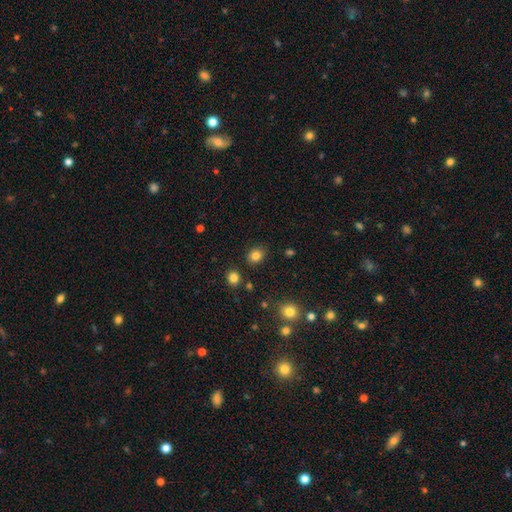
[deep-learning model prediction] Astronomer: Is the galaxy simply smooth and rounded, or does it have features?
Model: smooth — 83%.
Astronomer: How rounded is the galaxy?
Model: round — 64%.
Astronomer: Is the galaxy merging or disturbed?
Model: none — 87%.